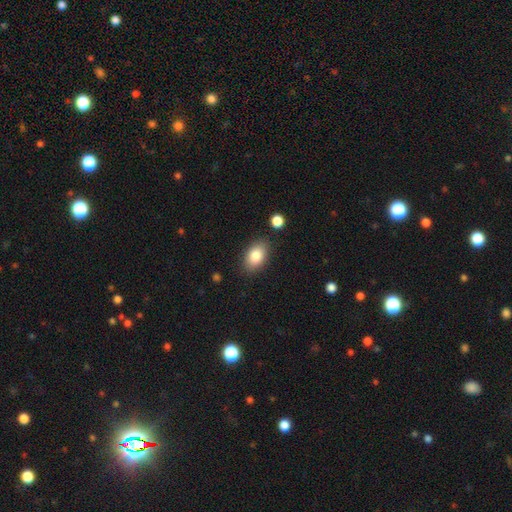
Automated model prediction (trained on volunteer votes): Smooth or featured? smooth (84%)
How rounded? in between (88%)
Merging? none (84%)